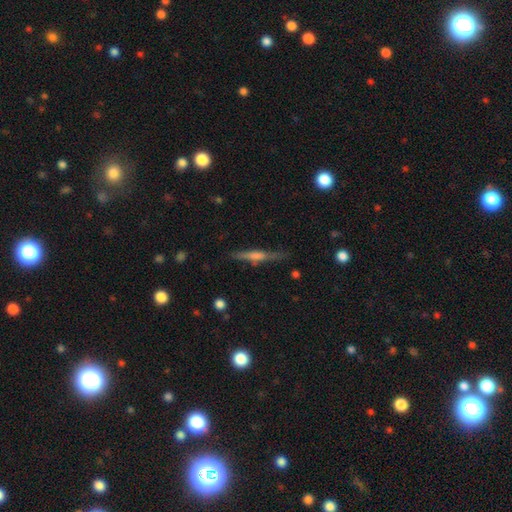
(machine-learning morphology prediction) This is likely a featured or disk galaxy (71%). It is clearly viewed edge-on (97%). Edge-on bulge: likely rounded (67%). Merging: clearly none (86%).